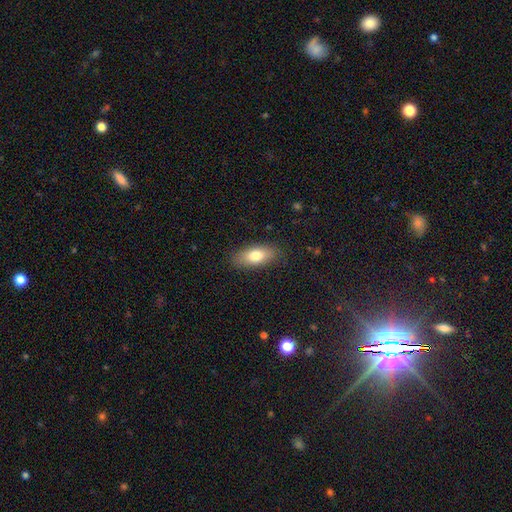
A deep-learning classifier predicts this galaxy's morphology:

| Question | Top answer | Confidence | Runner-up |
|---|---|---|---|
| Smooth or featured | smooth | 77% | featured or disk (16%) |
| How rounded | in between | 81% | cigar-shaped (15%) |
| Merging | none | 85% | minor disturbance (11%) |